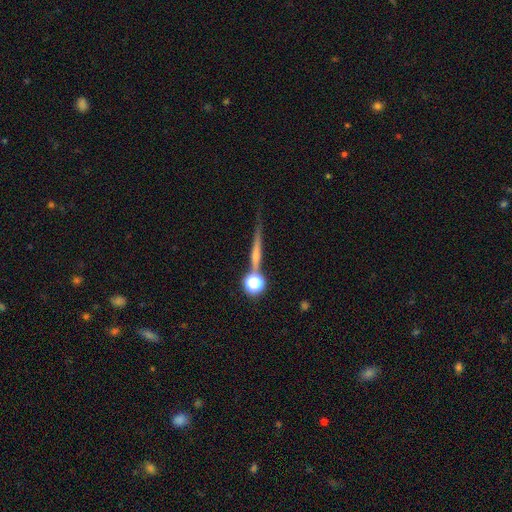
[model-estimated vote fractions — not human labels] Smooth or featured?
  - featured or disk: 47% *
  - smooth: 28%
  - star or artifact: 25%
Merging?
  - none: 75% *
  - minor disturbance: 10%
  - merger: 10%
  - major disturbance: 5%